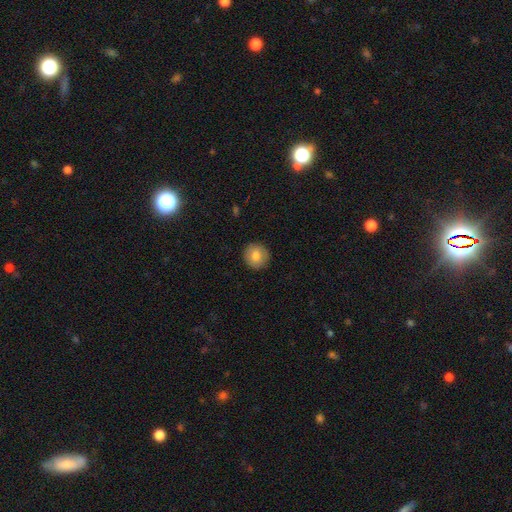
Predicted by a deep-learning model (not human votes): Smooth or featured: smooth — 80% (featured or disk — 12%)
How rounded: round — 93% (in between — 6%)
Merging: none — 91% (minor disturbance — 7%)